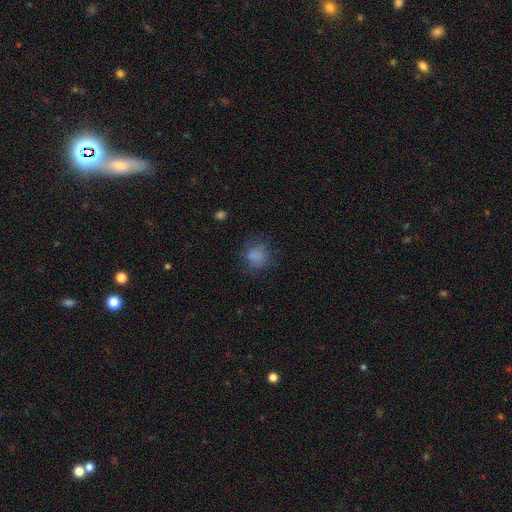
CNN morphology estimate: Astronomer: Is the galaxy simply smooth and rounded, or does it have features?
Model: smooth — 74%.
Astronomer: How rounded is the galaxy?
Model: round — 75%.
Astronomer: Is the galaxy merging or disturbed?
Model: none — 62%.